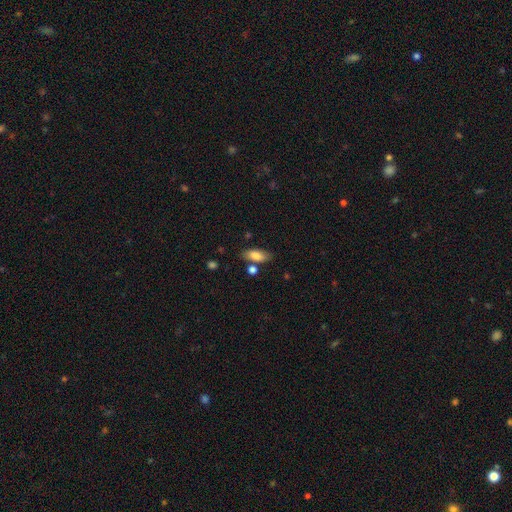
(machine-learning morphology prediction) The model was most divided on "merging": none: 74%, minor disturbance: 13%, merger: 9%, major disturbance: 4%. More confident: how rounded — in between (83%); smooth or featured — smooth (81%).